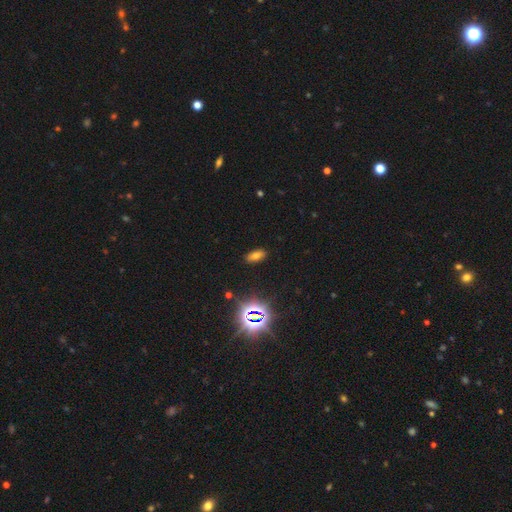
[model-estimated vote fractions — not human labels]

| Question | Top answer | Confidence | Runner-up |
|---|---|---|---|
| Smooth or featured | smooth | 63% | star or artifact (27%) |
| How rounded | in between | 85% | cigar-shaped (10%) |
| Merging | none | 89% | minor disturbance (8%) |